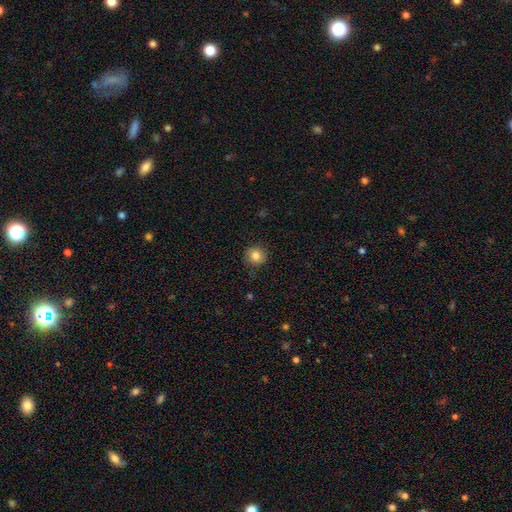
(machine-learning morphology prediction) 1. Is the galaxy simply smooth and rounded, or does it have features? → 82% smooth, 10% star or artifact, 7% featured or disk.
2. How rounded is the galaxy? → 91% round, 8% in between, 1% cigar-shaped.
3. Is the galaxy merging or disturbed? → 84% none, 12% minor disturbance, 3% major disturbance, 1% merger.